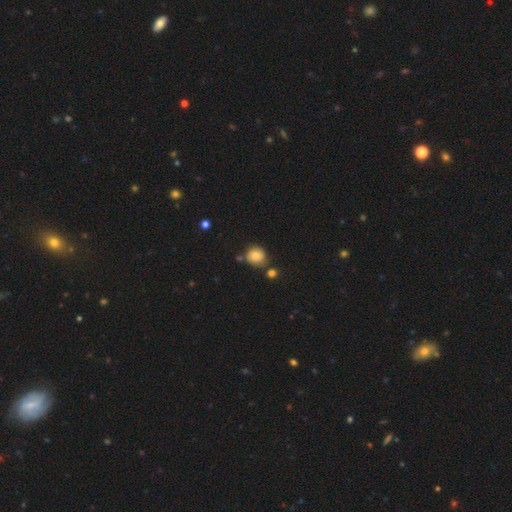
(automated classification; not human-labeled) smooth 81%, star or artifact 10%, featured or disk 9%. Down the decision tree: how rounded — round (85%); merging — none (68%).